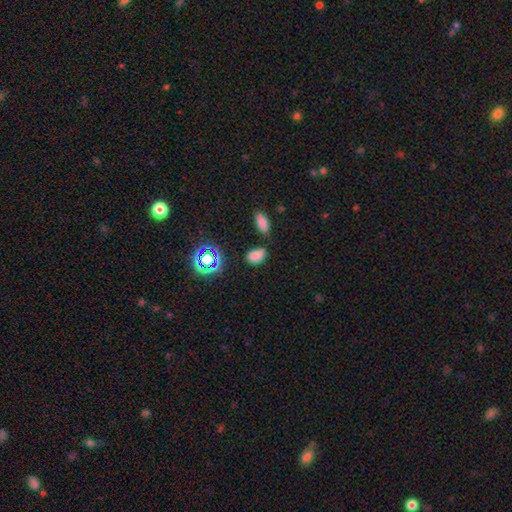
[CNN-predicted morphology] Q: Smooth or featured?
A: smooth (74%); runner-up: star or artifact (20%)
Q: How rounded?
A: in between (86%); runner-up: round (11%)
Q: Merging?
A: none (61%); runner-up: minor disturbance (19%)